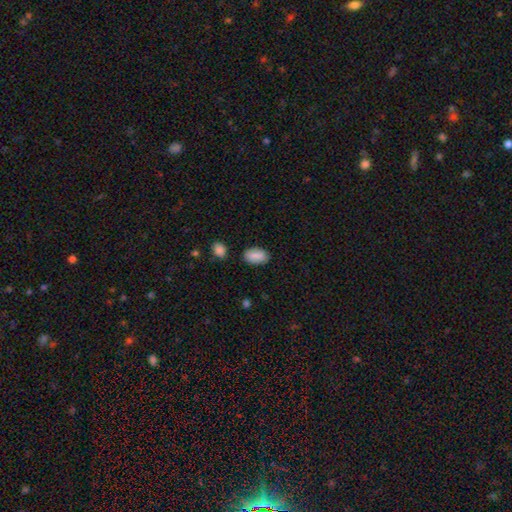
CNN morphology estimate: Smooth or featured? Predicted: smooth (p=0.87). How rounded? Predicted: in between (p=0.92). Merging? Predicted: none (p=0.84).